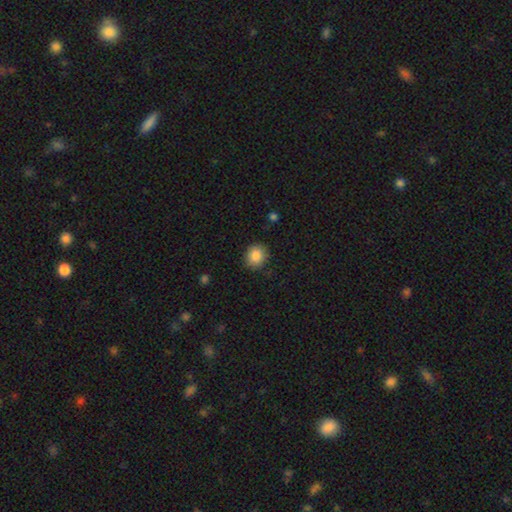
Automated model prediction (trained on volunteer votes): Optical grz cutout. It shows a smooth galaxy with no disk features (86%) that is round (75%). Merging: none (86%).